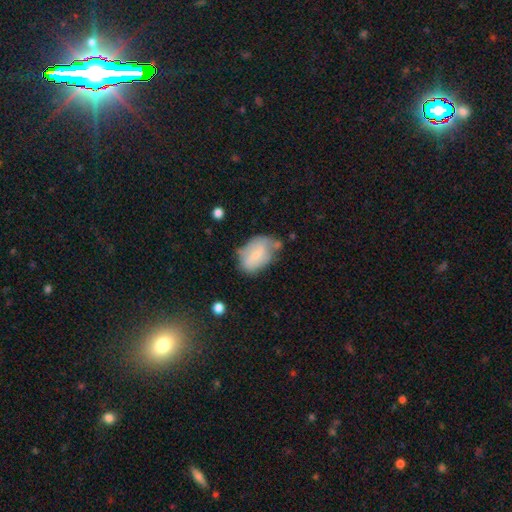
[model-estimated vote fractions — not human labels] smooth-or-featured: smooth: 62% | featured or disk: 31% | star or artifact: 7%
  how-rounded: in between: 88% | round: 10% | cigar-shaped: 2%
  merging: none: 43% | minor disturbance: 35% | major disturbance: 13% | merger: 9%